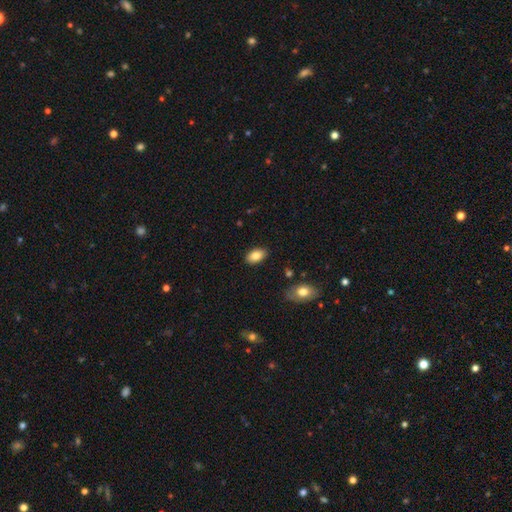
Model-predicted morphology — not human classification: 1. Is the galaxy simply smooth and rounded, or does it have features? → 84% smooth, 8% featured or disk, 7% star or artifact.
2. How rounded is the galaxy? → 92% in between, 6% round, 2% cigar-shaped.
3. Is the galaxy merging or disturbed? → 88% none, 9% minor disturbance, 2% major disturbance, 1% merger.